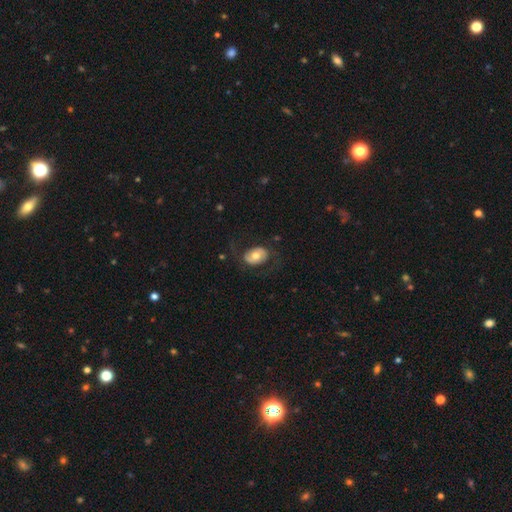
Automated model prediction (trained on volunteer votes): This appears to be a featured or disk galaxy (48%). Merging: none (69%).